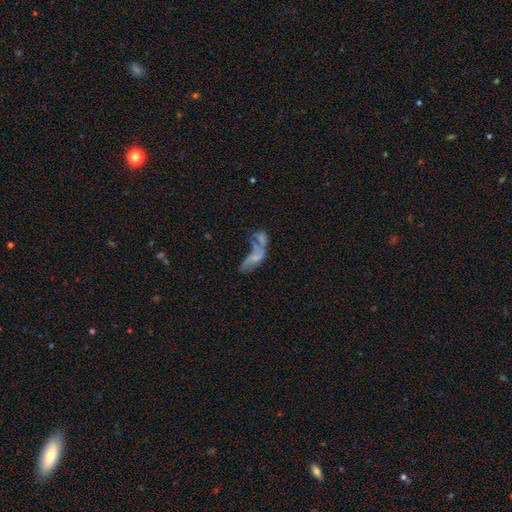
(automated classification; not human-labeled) The model was most divided on "smooth or featured": featured or disk: 53%, smooth: 35%, star or artifact: 12%. Remaining: edge-on disk — no (91%); merging — merger (48%).